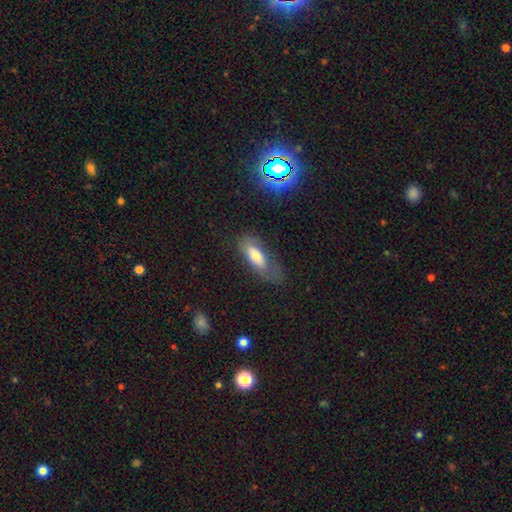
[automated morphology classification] type=smooth (64%); roundness=in between (70%); merging=none (54%).